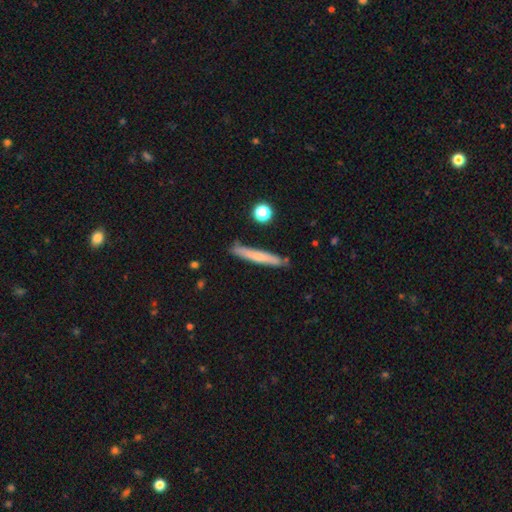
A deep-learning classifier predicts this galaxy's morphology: A smooth galaxy with no disk features (58%) that is cigar-shaped (95%).

Vote fractions:
- Smooth or featured? smooth: 58% / featured or disk: 35% / star or artifact: 7%
- How rounded? cigar-shaped: 95% / in between: 4% / round: 2%
- Merging? none: 84% / minor disturbance: 11% / merger: 3% / major disturbance: 2%